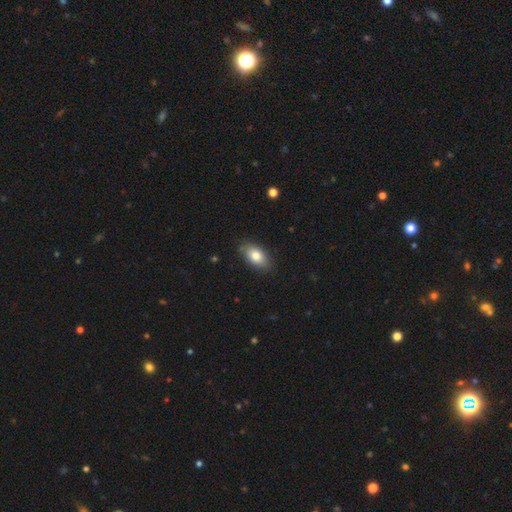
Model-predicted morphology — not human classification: A smooth galaxy with no disk features (80%) that is in between round and cigar-shaped (91%). Merging: none (82%).